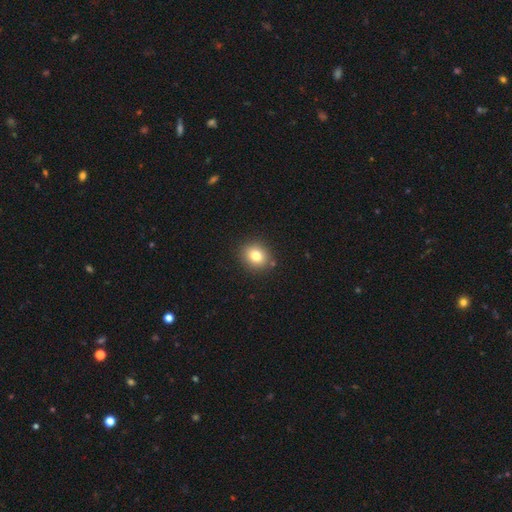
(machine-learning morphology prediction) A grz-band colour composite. It shows a smooth galaxy with no disk features (80%) that is round (73%). Merging: none (87%).